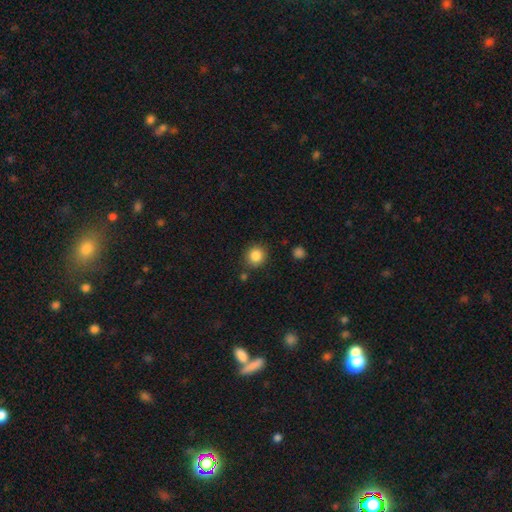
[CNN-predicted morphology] smooth 86%, star or artifact 10%, featured or disk 4%. Down the decision tree: how rounded — round (87%); merging — none (84%).